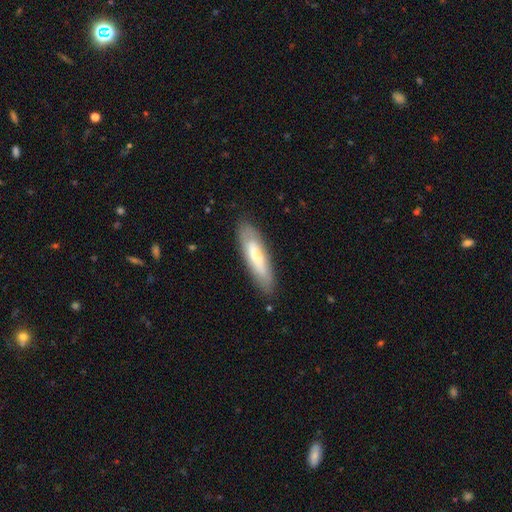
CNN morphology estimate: This appears to be a smooth galaxy with no disk features (62%) that is cigar-shaped (60%). Merging: none (83%).